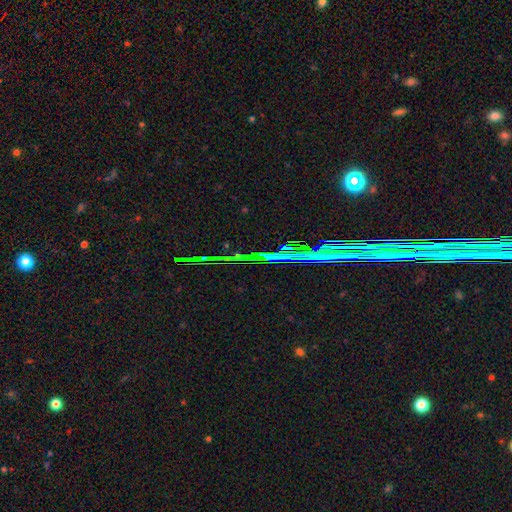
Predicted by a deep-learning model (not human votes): Smooth or featured? star or artifact (82%)